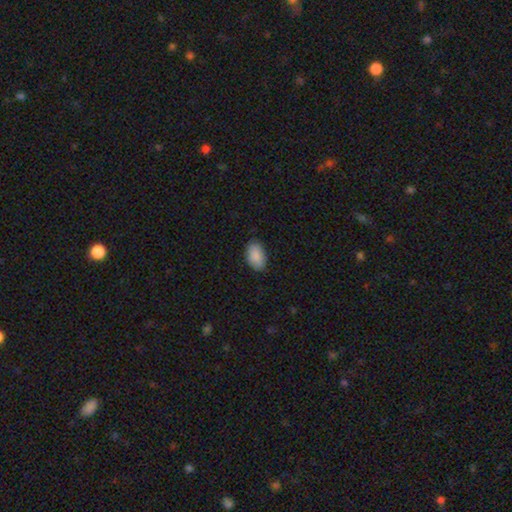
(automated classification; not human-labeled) smooth 89%, star or artifact 6%, featured or disk 5%. Down the decision tree: how rounded — in between (93%); merging — none (85%).